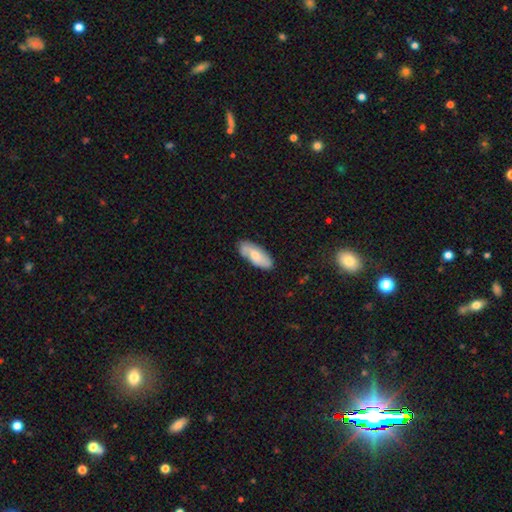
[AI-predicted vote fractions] Smooth or featured: smooth — 58% (featured or disk — 36%)
How rounded: in between — 83% (cigar-shaped — 15%)
Merging: none — 76% (minor disturbance — 18%)